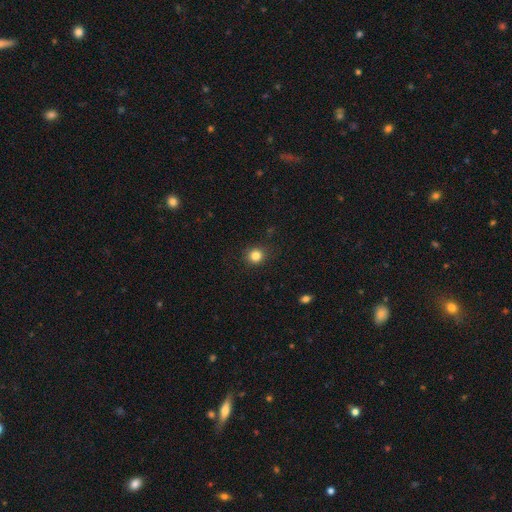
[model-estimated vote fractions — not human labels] Smooth or featured?
  - smooth: 84% *
  - star or artifact: 12%
  - featured or disk: 4%
How rounded?
  - round: 91% *
  - in between: 8%
  - cigar-shaped: 1%
Merging?
  - none: 89% *
  - minor disturbance: 7%
  - major disturbance: 2%
  - merger: 1%